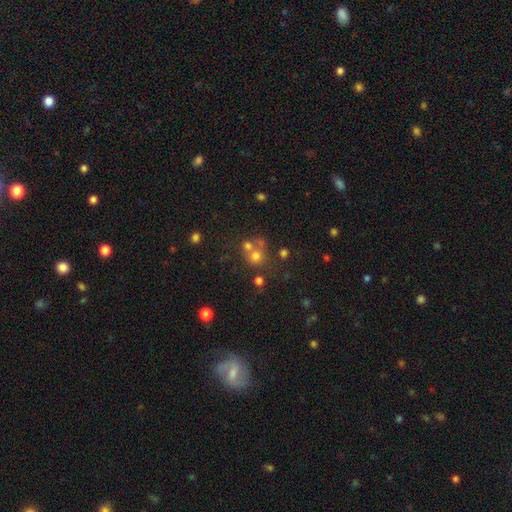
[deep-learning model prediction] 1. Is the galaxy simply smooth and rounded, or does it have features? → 66% smooth, 19% star or artifact, 14% featured or disk.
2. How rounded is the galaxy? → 87% round, 12% in between, 1% cigar-shaped.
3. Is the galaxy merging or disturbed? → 50% none, 37% merger, 8% minor disturbance, 5% major disturbance.